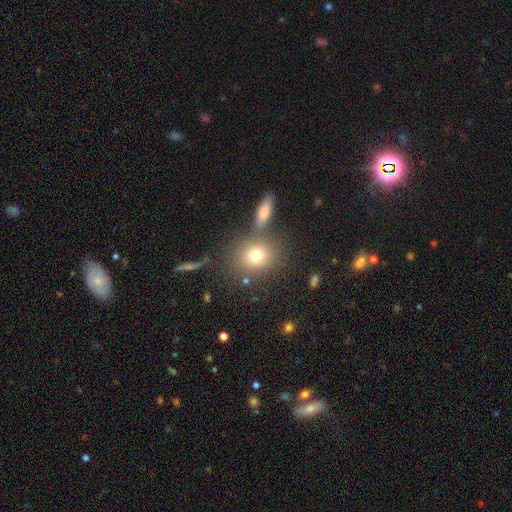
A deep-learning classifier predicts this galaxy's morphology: This is likely a smooth galaxy (76%). How rounded: likely round (70%). Merging: likely none (70%).